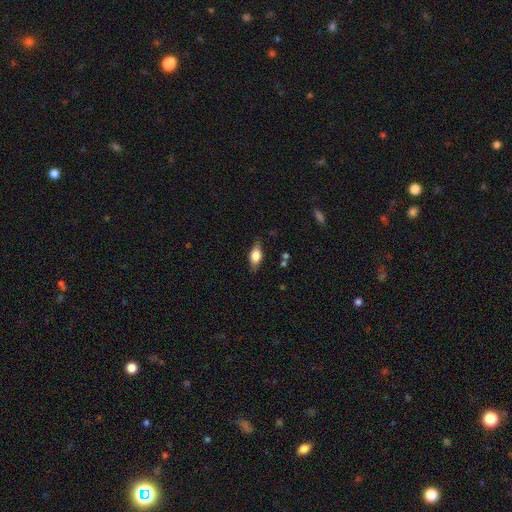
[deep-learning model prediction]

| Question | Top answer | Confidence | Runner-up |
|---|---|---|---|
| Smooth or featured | smooth | 72% | featured or disk (21%) |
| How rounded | in between | 83% | cigar-shaped (12%) |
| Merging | none | 79% | minor disturbance (16%) |